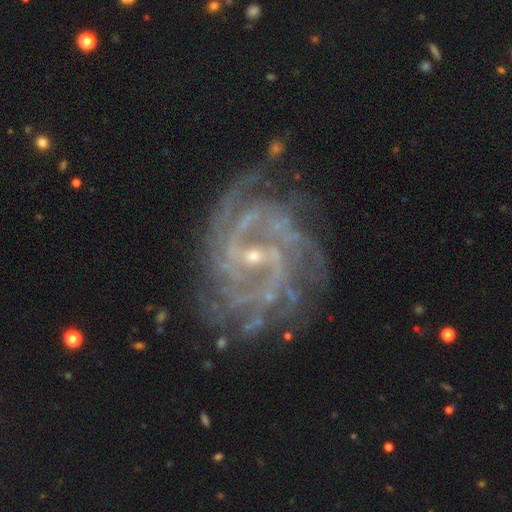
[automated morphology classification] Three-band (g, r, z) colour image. It shows a featured or disk galaxy (90%) with a weak bar (47%), tight (57%) spiral arms (98%) and a small central bulge (81%). Merging: none (73%).